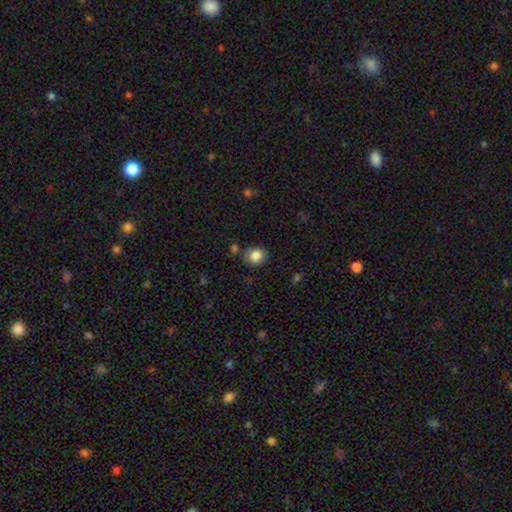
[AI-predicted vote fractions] Smooth or featured? smooth (83%)
How rounded? round (64%)
Merging? none (79%)